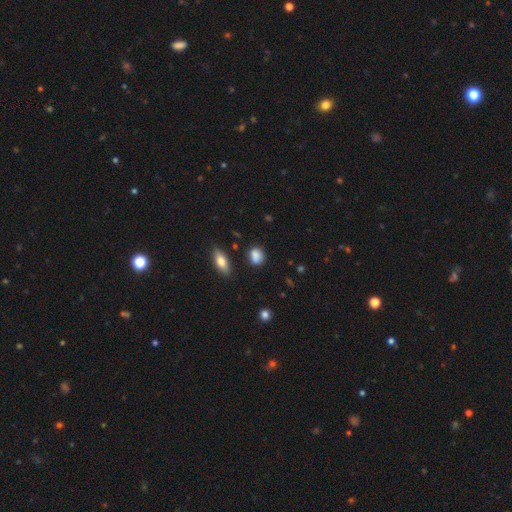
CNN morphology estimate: Smooth or featured? Predicted: smooth (p=0.85). How rounded? Predicted: round (p=0.54). Merging? Predicted: none (p=0.77).